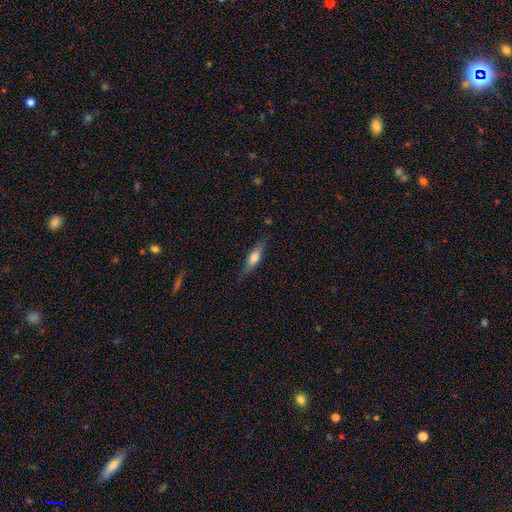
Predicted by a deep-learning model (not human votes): This is possibly a smooth galaxy (50%). How rounded: likely cigar-shaped (66%). Merging: likely none (80%).